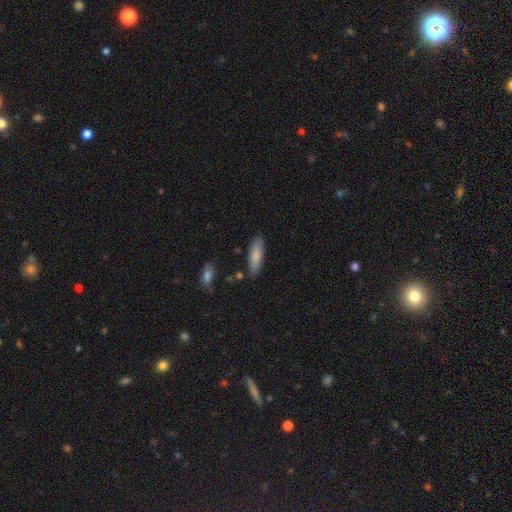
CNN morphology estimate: This appears to be a smooth galaxy with no disk features (83%) that is cigar-shaped (49%, tied with in between). Merging: none (82%).